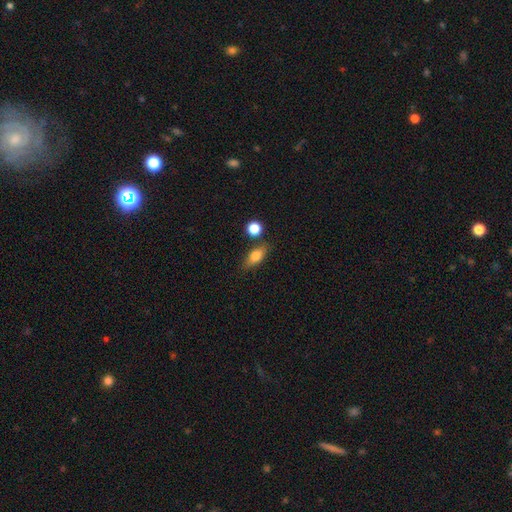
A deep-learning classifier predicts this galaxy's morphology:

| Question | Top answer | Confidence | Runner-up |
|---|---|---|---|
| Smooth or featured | smooth | 68% | featured or disk (24%) |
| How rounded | in between | 67% | cigar-shaped (22%) |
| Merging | none | 75% | minor disturbance (13%) |